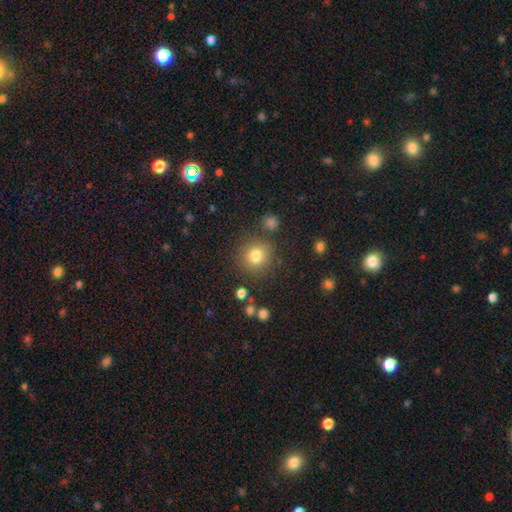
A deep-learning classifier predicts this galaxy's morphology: The model was most divided on "smooth or featured": smooth: 80%, star or artifact: 13%, featured or disk: 7%. More confident: how rounded — round (90%); merging — none (82%).